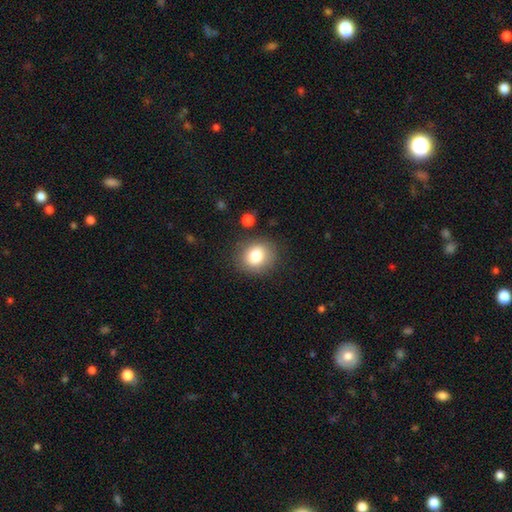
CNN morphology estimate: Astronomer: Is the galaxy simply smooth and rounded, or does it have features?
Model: smooth — 80%.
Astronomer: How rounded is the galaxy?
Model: round — 70%.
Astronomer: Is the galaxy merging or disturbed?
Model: none — 83%.